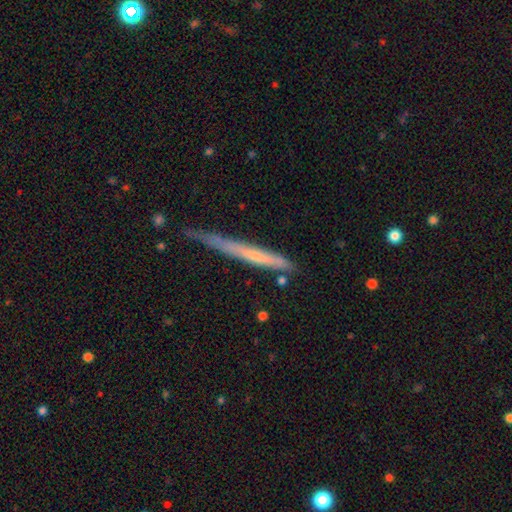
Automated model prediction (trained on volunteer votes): Smooth or featured? Predicted: smooth (p=0.49). Merging? Predicted: none (p=0.59).